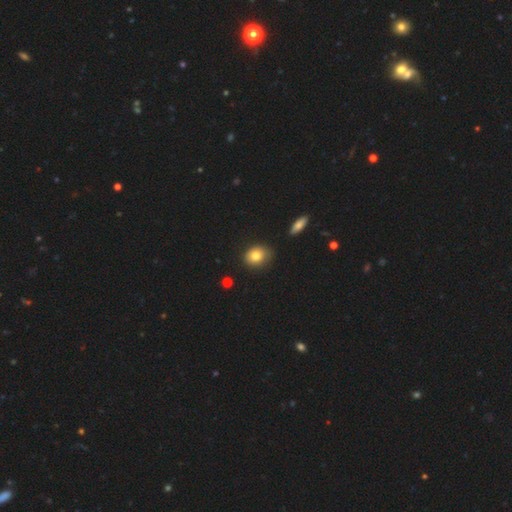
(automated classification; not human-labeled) smooth 81%, star or artifact 10%, featured or disk 9%. Down the decision tree: how rounded — round (55%); merging — none (79%).